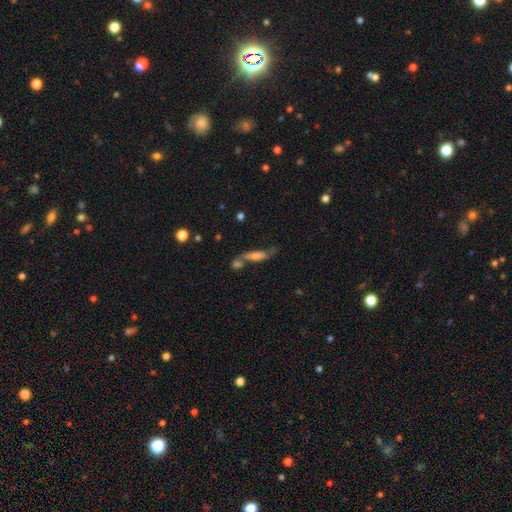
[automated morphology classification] Q: Smooth or featured?
A: smooth (44%); tied with: featured or disk (44%)
Q: Merging?
A: none (42%); runner-up: merger (31%)